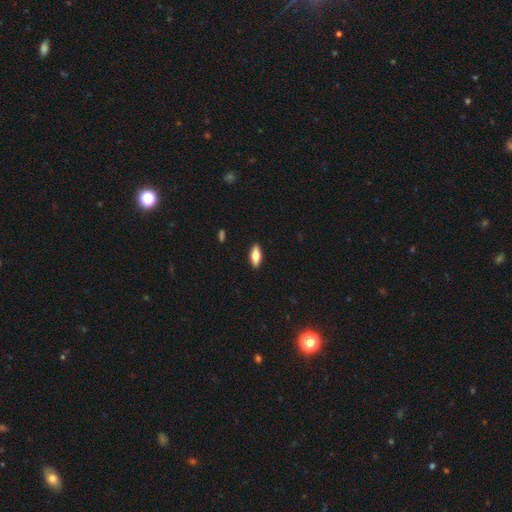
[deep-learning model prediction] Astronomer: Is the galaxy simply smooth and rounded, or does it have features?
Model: smooth — 65%.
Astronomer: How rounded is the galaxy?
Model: in between — 68%.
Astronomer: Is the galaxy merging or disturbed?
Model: none — 90%.